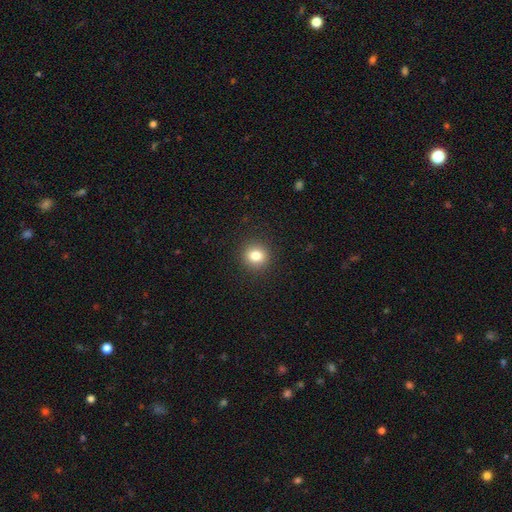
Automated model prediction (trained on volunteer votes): smooth 82%, star or artifact 12%, featured or disk 7%. Down the decision tree: how rounded — round (88%); merging — none (91%).